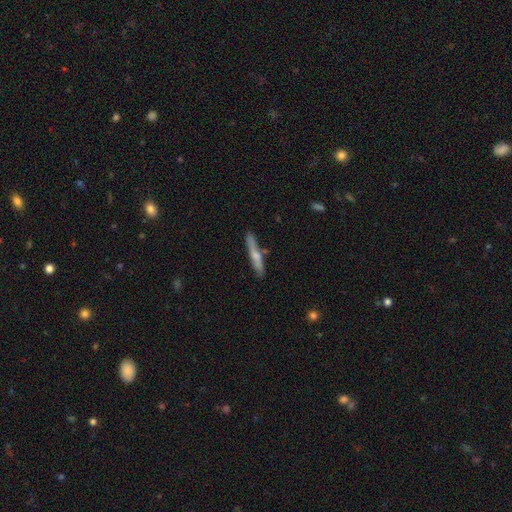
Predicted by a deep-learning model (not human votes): smooth_or_featured: smooth (p=0.57) [alt: featured or disk p=0.38]
how_rounded: cigar-shaped (p=0.92) [alt: in between p=0.06]
merging: none (p=0.76) [alt: minor disturbance p=0.15]